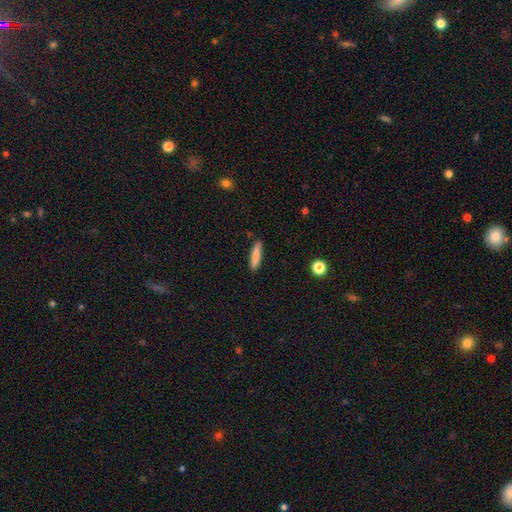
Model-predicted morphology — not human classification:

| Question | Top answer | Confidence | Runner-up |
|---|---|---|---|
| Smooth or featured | smooth | 83% | featured or disk (11%) |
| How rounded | cigar-shaped | 87% | in between (11%) |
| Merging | none | 89% | minor disturbance (8%) |